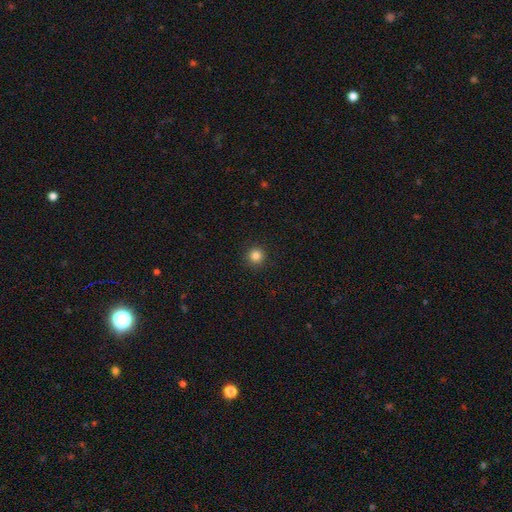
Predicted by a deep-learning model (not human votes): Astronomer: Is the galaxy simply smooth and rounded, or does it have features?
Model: smooth — 84%.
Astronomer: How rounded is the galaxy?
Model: round — 96%.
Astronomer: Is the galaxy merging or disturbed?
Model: none — 92%.